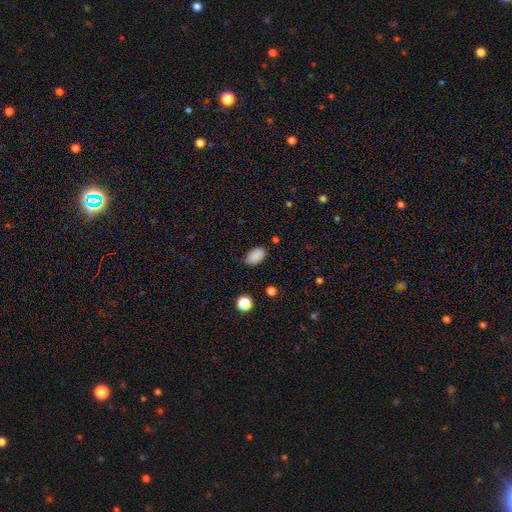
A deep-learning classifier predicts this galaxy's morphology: This is clearly a smooth galaxy (88%). How rounded: clearly in between (92%). Merging: clearly none (81%).